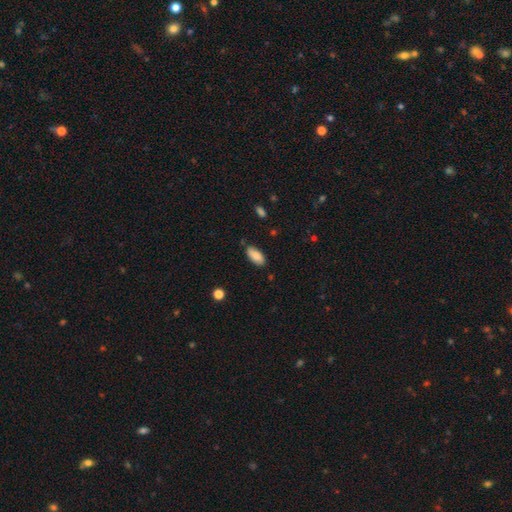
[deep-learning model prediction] Smooth or featured?
  - smooth: 87% *
  - star or artifact: 7%
  - featured or disk: 6%
How rounded?
  - in between: 88% *
  - cigar-shaped: 10%
  - round: 2%
Merging?
  - none: 81% *
  - minor disturbance: 15%
  - major disturbance: 3%
  - merger: 2%